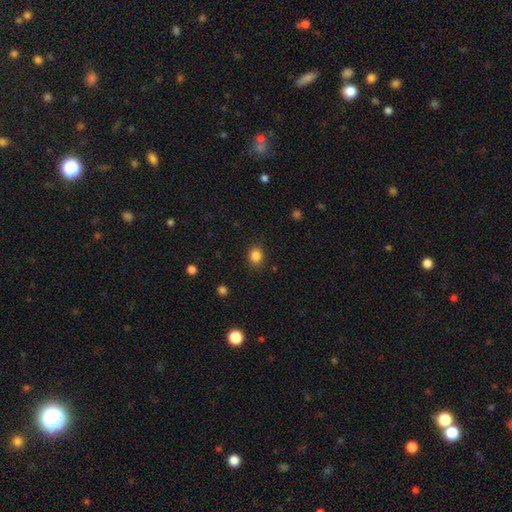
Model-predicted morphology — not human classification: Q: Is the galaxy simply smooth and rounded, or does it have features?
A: smooth — 85%.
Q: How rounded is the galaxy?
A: round — 65%.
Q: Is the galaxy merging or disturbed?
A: none — 87%.